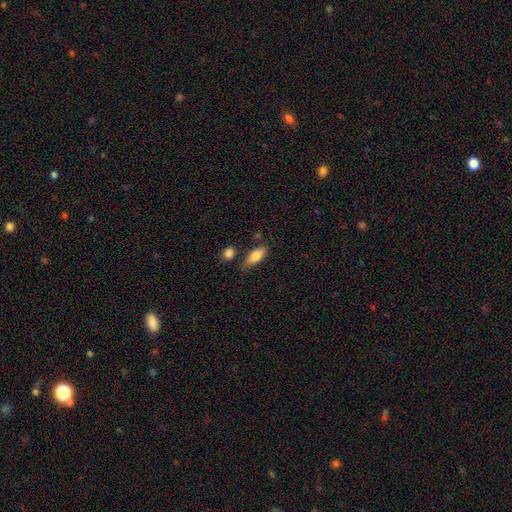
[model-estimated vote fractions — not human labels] This is clearly a smooth galaxy (83%). How rounded: likely in between (79%). Merging: likely none (69%).